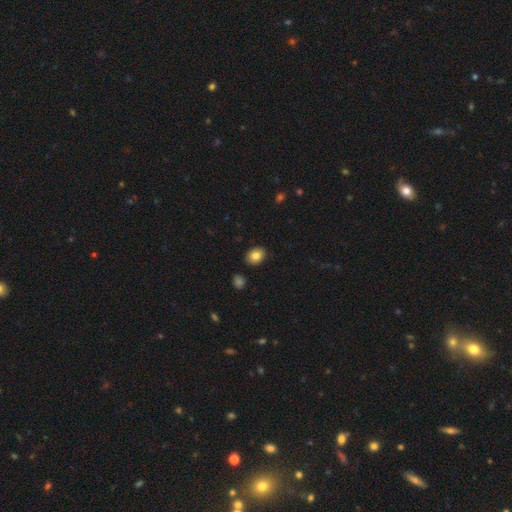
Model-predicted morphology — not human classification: A smooth galaxy with no disk features (84%) that is in between round and cigar-shaped (65%).

Vote fractions:
- Smooth or featured? smooth: 84% / star or artifact: 9% / featured or disk: 7%
- How rounded? in between: 65% / round: 34% / cigar-shaped: 1%
- Merging? none: 87% / minor disturbance: 9% / major disturbance: 2% / merger: 2%